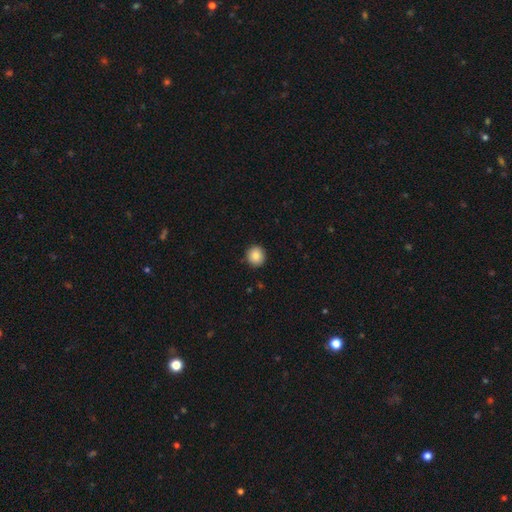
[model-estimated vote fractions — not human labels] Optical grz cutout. It shows a smooth galaxy with no disk features (86%) that is round (91%). Merging: none (92%).